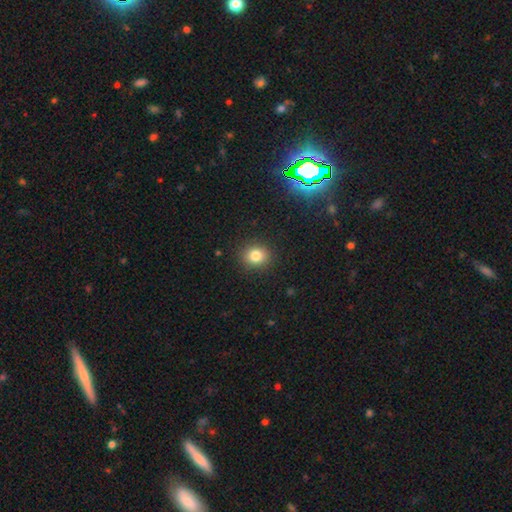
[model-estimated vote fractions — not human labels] smooth_or_featured: smooth (p=0.82) [alt: star or artifact p=0.12]
how_rounded: round (p=0.78) [alt: in between p=0.21]
merging: none (p=0.90) [alt: minor disturbance p=0.07]